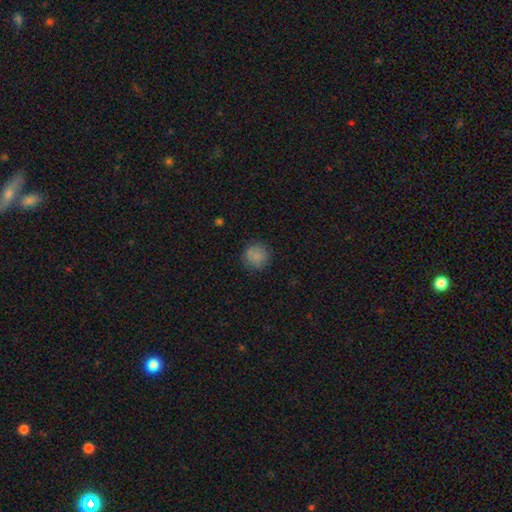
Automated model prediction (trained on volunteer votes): Smooth or featured: smooth — 82% (star or artifact — 10%)
How rounded: round — 93% (in between — 6%)
Merging: none — 85% (minor disturbance — 10%)